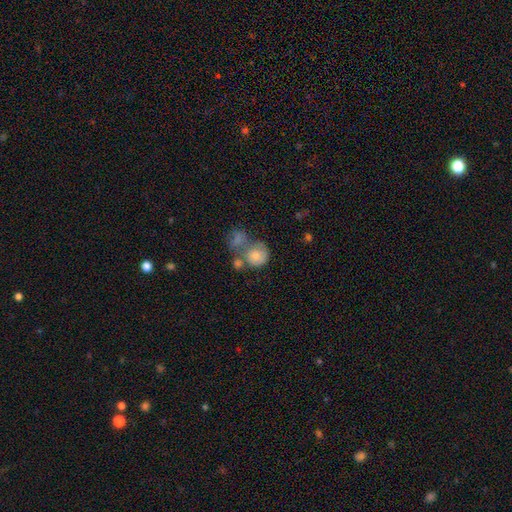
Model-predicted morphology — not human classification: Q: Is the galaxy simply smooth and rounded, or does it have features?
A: smooth — 73%.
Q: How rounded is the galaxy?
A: round — 79%.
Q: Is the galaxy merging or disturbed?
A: merger — 46%.